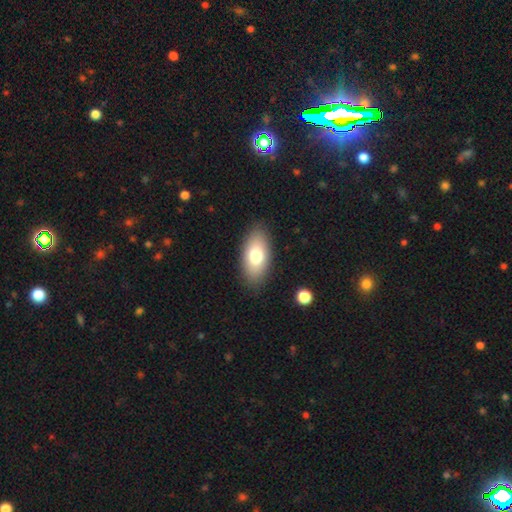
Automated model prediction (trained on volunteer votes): Smooth or featured: smooth — 73% (featured or disk — 19%)
How rounded: in between — 92% (cigar-shaped — 4%)
Merging: none — 87% (minor disturbance — 9%)